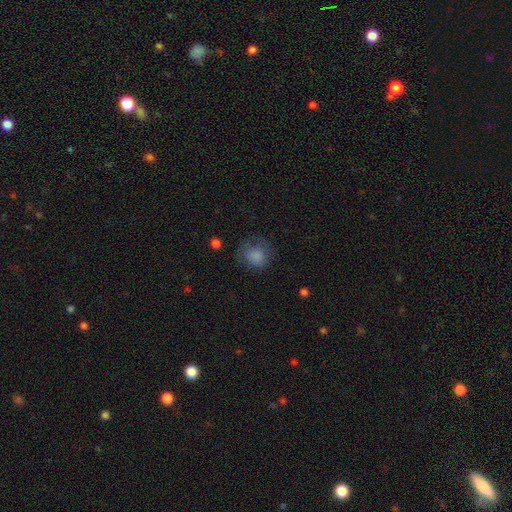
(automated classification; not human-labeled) smooth 82%, star or artifact 9%, featured or disk 9%. Down the decision tree: how rounded — round (80%); merging — none (65%).